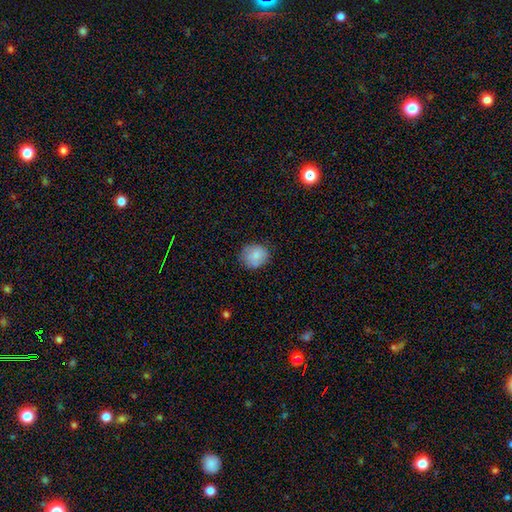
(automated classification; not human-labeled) Smooth or featured?
  - smooth: 82% *
  - featured or disk: 10%
  - star or artifact: 8%
How rounded?
  - round: 70% *
  - in between: 29%
  - cigar-shaped: 1%
Merging?
  - none: 77% *
  - minor disturbance: 18%
  - major disturbance: 4%
  - merger: 1%